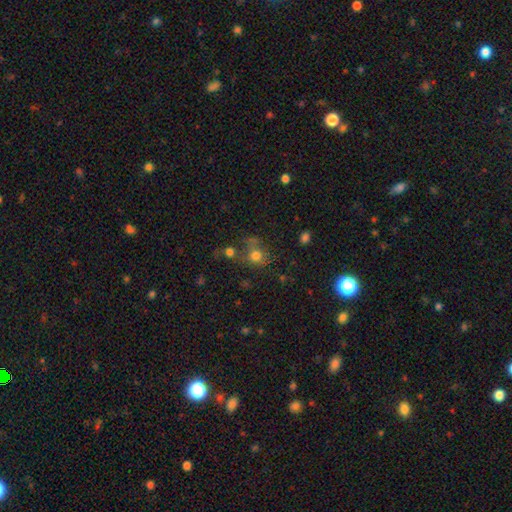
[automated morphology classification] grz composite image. It shows a smooth galaxy with no disk features (73%) that is round (82%). Merging: none (50%).